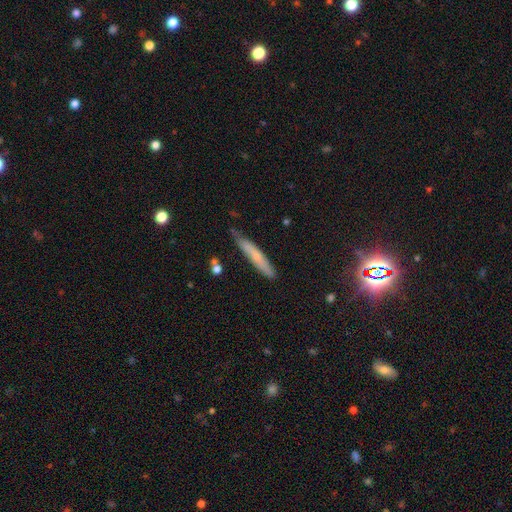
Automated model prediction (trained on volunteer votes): smooth 58%, featured or disk 35%, star or artifact 7%. Down the decision tree: how rounded — cigar-shaped (93%); merging — none (72%).